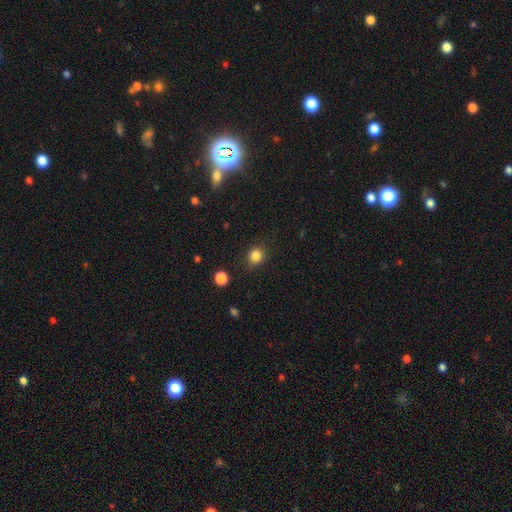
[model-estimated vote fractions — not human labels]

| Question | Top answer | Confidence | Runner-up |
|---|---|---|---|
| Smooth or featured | smooth | 84% | star or artifact (12%) |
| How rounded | round | 82% | in between (17%) |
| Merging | none | 85% | minor disturbance (10%) |